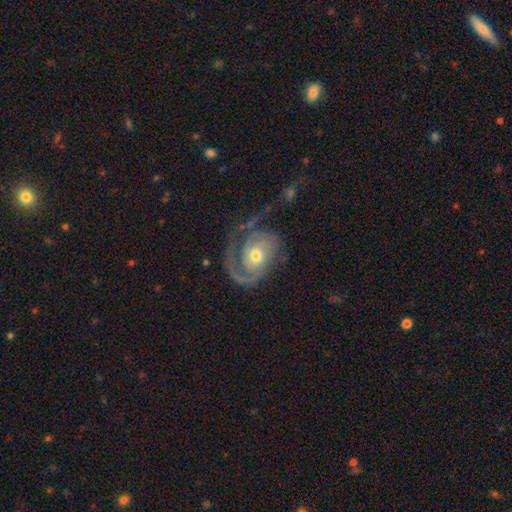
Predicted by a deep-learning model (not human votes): Smooth or featured: featured or disk — 88% (smooth — 8%)
Edge-on disk: no — 97% (yes — 3%)
Bar: no — 67% (weak — 27%)
Spiral arms: yes — 96% (no — 4%)
Spiral winding: tight — 52% (medium — 36%)
Spiral arm count: 2 — 45% (1 — 34%)
Bulge size: moderate — 67% (small — 24%)
Merging: none — 57% (major disturbance — 22%)